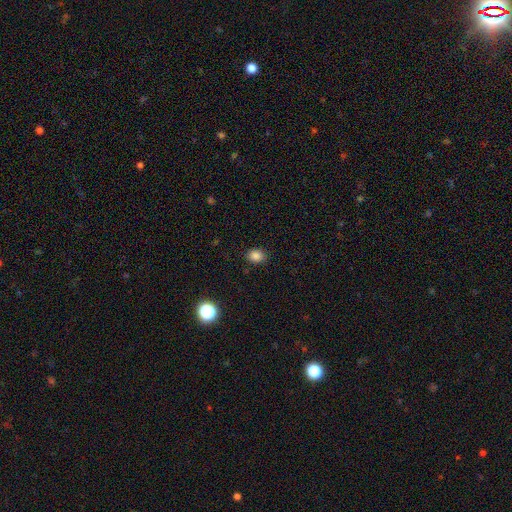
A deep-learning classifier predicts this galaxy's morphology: Smooth or featured: smooth — 84% (star or artifact — 12%)
How rounded: in between — 58% (round — 41%)
Merging: none — 87% (minor disturbance — 10%)